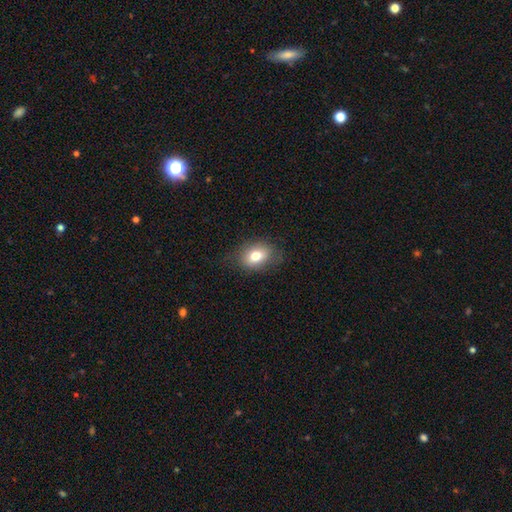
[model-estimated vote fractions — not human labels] Morphology: type=smooth (75%); roundness=in between (72%); merging=none (78%).